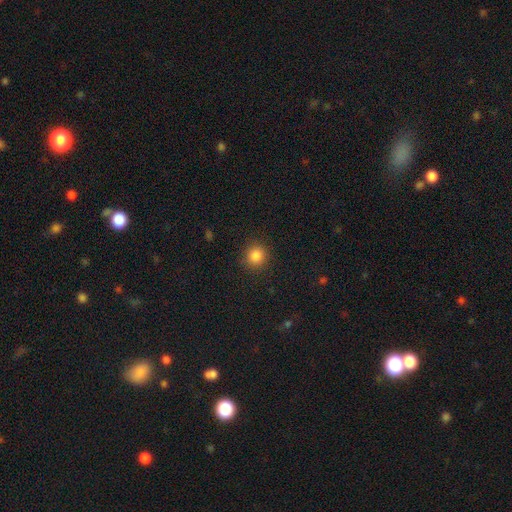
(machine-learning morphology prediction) The model was most divided on "smooth or featured": smooth: 85%, star or artifact: 11%, featured or disk: 4%. More confident: how rounded — round (91%); merging — none (90%).